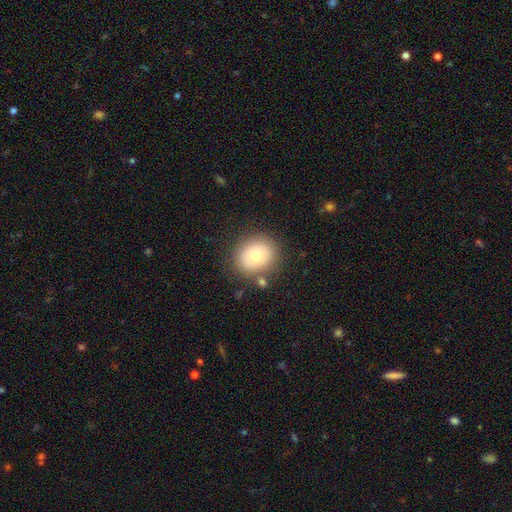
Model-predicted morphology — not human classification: A smooth galaxy with no disk features (74%) that is round (71%). Merging: none (79%).